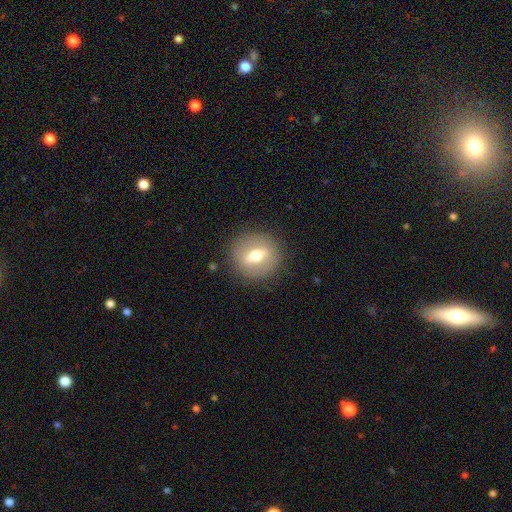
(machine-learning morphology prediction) smooth_or_featured: featured or disk (p=0.47) [alt: smooth p=0.45]
merging: none (p=0.87) [alt: minor disturbance p=0.08]